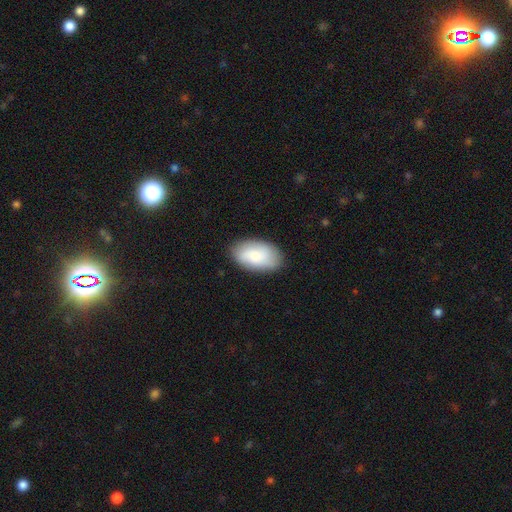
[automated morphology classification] A smooth galaxy with no disk features (80%) that is in between round and cigar-shaped (94%). Merging: none (83%).